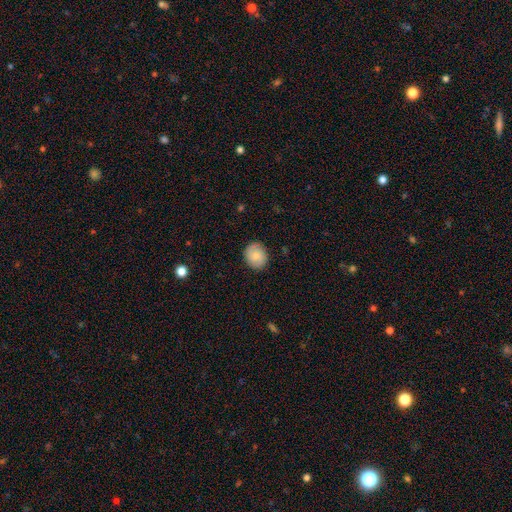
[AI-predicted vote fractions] smooth 76%, featured or disk 17%, star or artifact 7%. Down the decision tree: how rounded — round (69%); merging — none (84%).